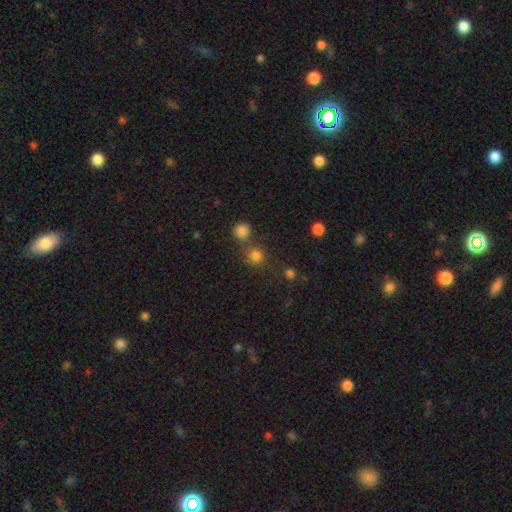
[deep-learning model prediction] Q: Smooth or featured?
A: smooth (78%); runner-up: star or artifact (16%)
Q: How rounded?
A: round (89%); runner-up: in between (10%)
Q: Merging?
A: none (61%); runner-up: merger (26%)